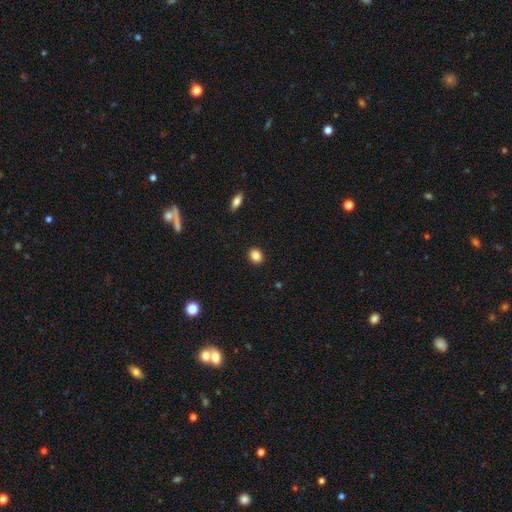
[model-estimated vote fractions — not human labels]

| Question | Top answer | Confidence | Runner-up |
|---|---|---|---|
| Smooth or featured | smooth | 86% | star or artifact (10%) |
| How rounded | round | 59% | in between (40%) |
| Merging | none | 91% | minor disturbance (6%) |